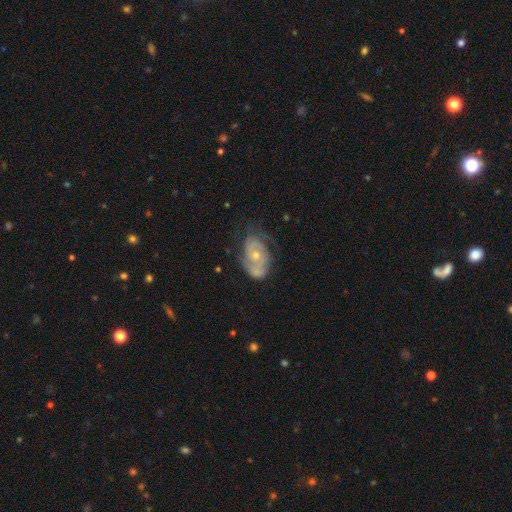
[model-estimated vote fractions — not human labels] Smooth or featured? featured or disk (79%)
Edge-on disk? no (97%)
Bar? no (71%)
Spiral arms? yes (89%)
Spiral winding? tight (50%)
Spiral arm count? 2 (63%)
Bulge size? small (50%)
Merging? none (57%)